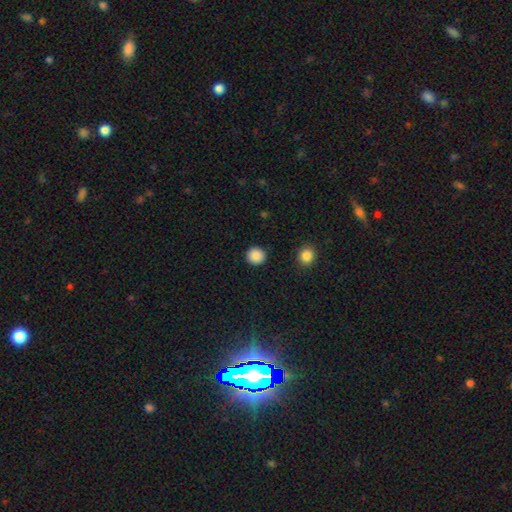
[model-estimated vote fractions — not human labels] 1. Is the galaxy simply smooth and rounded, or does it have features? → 88% smooth, 9% star or artifact, 3% featured or disk.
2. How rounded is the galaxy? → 93% round, 6% in between, 1% cigar-shaped.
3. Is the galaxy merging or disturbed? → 92% none, 5% minor disturbance, 2% major disturbance, 1% merger.